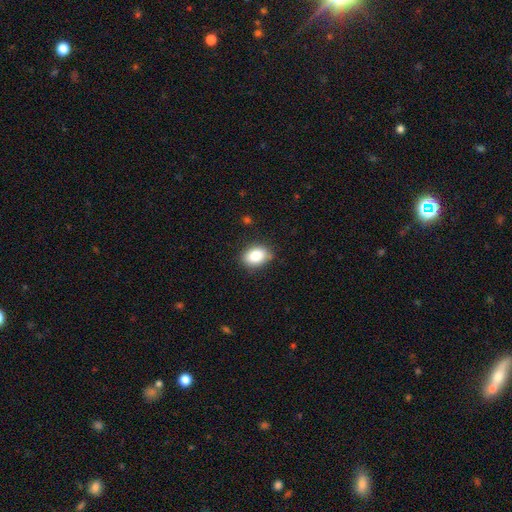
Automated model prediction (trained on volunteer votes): This appears to be a smooth galaxy with no disk features (85%) that is in between round and cigar-shaped (75%). Merging: none (82%).